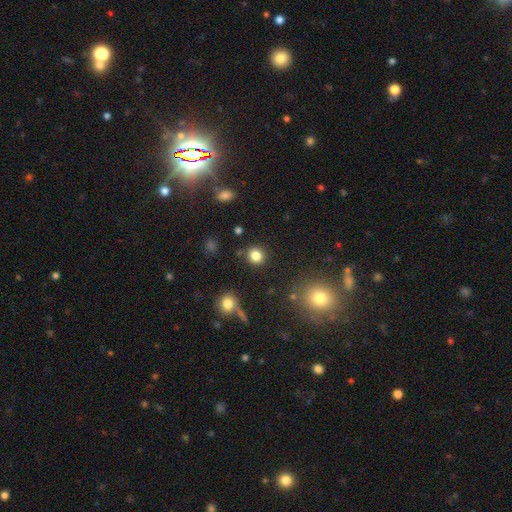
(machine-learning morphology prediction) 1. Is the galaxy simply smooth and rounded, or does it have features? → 83% smooth, 12% star or artifact, 5% featured or disk.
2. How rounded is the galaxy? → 86% round, 13% in between, 1% cigar-shaped.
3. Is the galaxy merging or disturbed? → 88% none, 7% minor disturbance, 3% merger, 2% major disturbance.